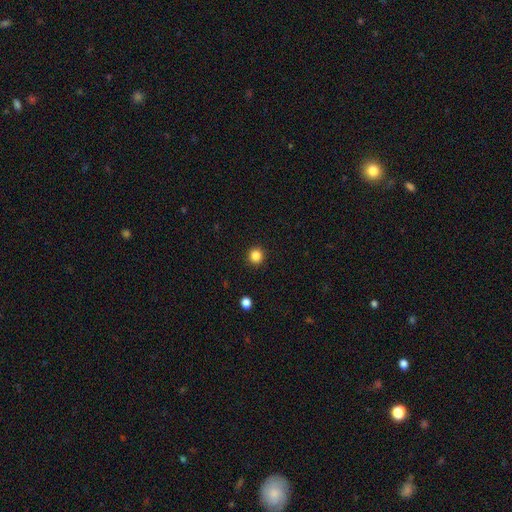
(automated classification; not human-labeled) This is clearly a smooth galaxy (84%). How rounded: clearly round (95%). Merging: clearly none (93%).